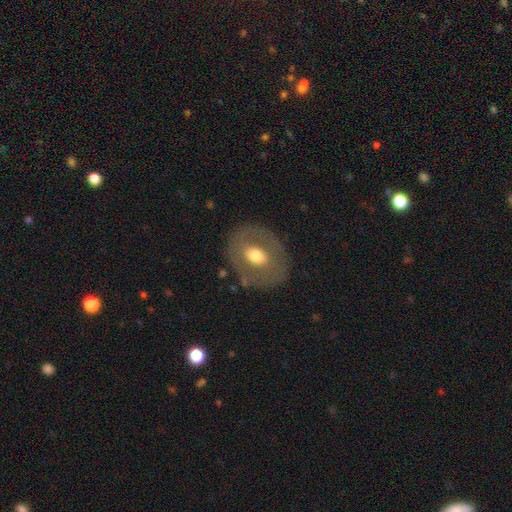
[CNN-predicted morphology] Smooth or featured?
  - smooth: 49% *
  - featured or disk: 44%
  - star or artifact: 7%
Merging?
  - none: 77% *
  - minor disturbance: 14%
  - major disturbance: 7%
  - merger: 2%